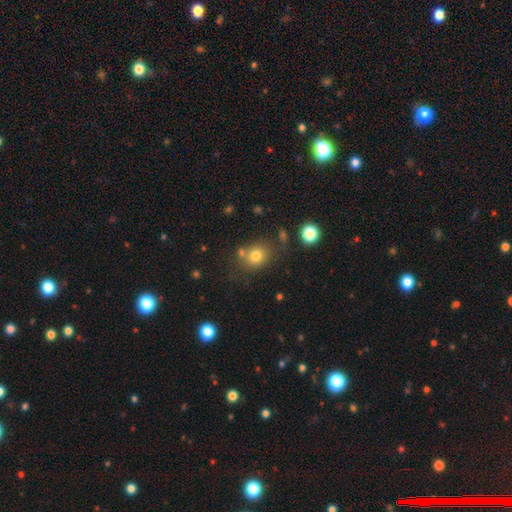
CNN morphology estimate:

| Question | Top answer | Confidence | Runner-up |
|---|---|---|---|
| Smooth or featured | smooth | 77% | star or artifact (13%) |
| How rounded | round | 70% | in between (29%) |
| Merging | none | 69% | minor disturbance (13%) |